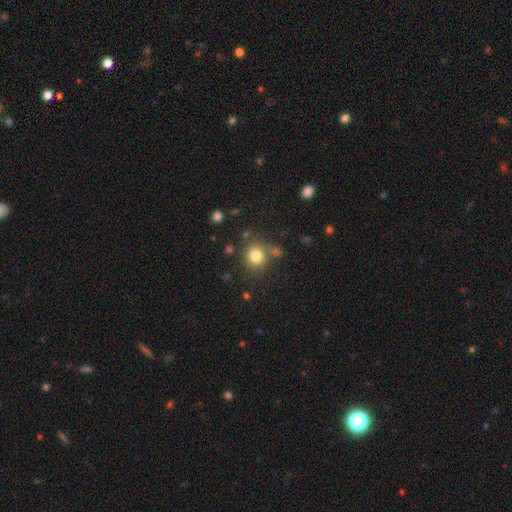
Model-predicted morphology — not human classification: smooth 79%, star or artifact 13%, featured or disk 8%. Down the decision tree: how rounded — round (85%); merging — none (77%).